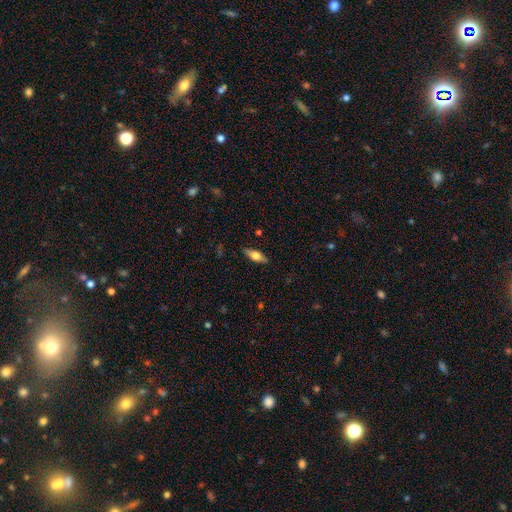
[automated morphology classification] A smooth galaxy with no disk features (56%) that is in between round and cigar-shaped (64%).

Vote fractions:
- Smooth or featured? smooth: 56% / featured or disk: 38% / star or artifact: 6%
- How rounded? in between: 64% / cigar-shaped: 33% / round: 3%
- Merging? none: 86% / minor disturbance: 11% / major disturbance: 2% / merger: 1%